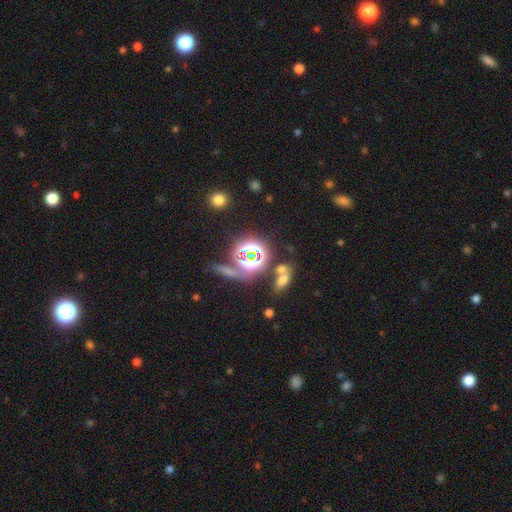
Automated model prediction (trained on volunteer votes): Smooth or featured? star or artifact (76%)